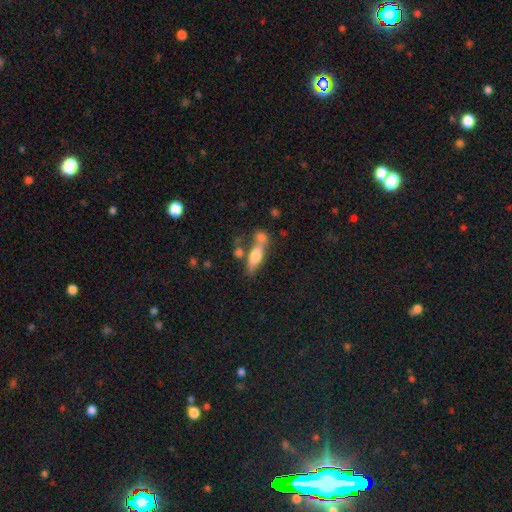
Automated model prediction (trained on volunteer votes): The model was most divided on "how rounded": in between: 52%, cigar-shaped: 44%, round: 4%. Remaining: smooth or featured — smooth (62%); merging — none (47%).